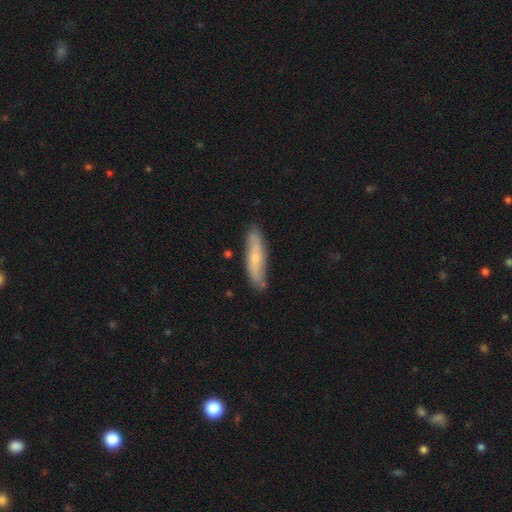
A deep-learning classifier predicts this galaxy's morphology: Smooth or featured?
  - smooth: 55% *
  - featured or disk: 39%
  - star or artifact: 6%
How rounded?
  - cigar-shaped: 74% *
  - in between: 24%
  - round: 2%
Merging?
  - none: 80% *
  - minor disturbance: 15%
  - major disturbance: 2%
  - merger: 2%